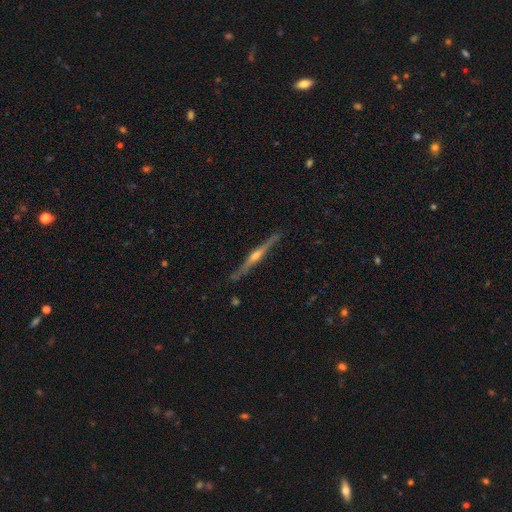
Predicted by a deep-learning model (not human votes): A featured or disk galaxy (81%) viewed edge-on (98%) with a rounded central bulge (89%). Merging: none (86%).